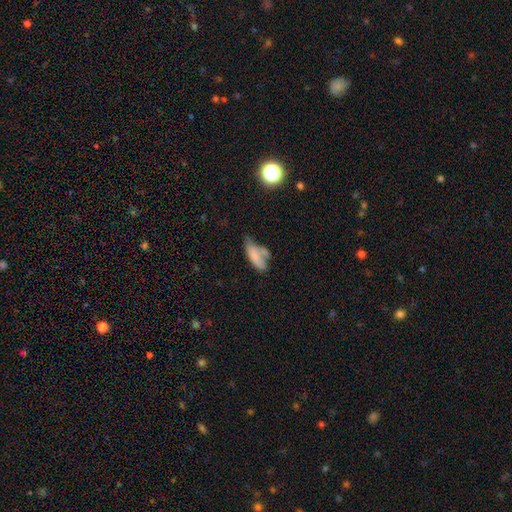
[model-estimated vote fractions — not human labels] Smooth or featured?
  - smooth: 71% *
  - featured or disk: 20%
  - star or artifact: 10%
How rounded?
  - in between: 71% *
  - cigar-shaped: 26%
  - round: 3%
Merging?
  - none: 30% *
  - merger: 29%
  - minor disturbance: 24%
  - major disturbance: 17%